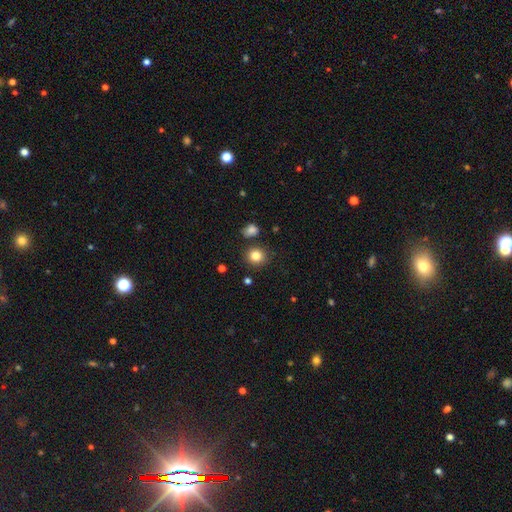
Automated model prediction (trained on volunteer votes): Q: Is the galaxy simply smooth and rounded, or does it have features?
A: smooth — 83%.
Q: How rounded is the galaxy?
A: round — 87%.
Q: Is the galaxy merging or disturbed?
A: none — 85%.